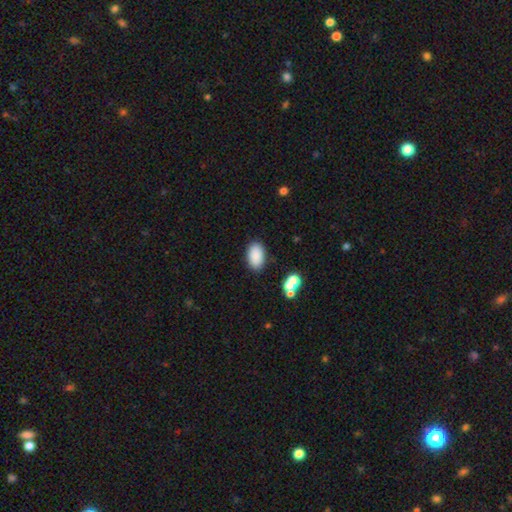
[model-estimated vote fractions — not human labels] This is clearly a smooth galaxy (87%). How rounded: clearly in between (93%). Merging: clearly none (86%).